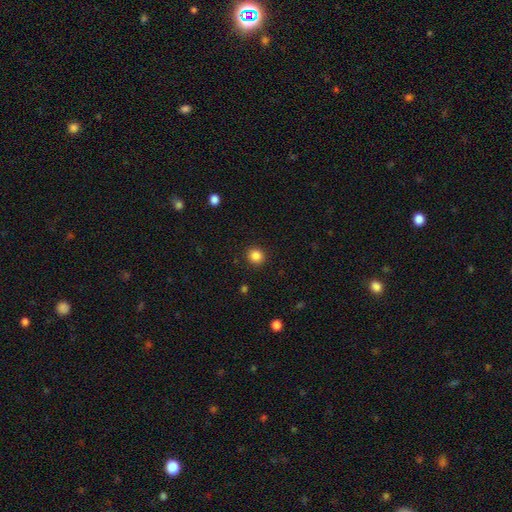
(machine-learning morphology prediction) The model was most divided on "smooth or featured": smooth: 86%, star or artifact: 11%, featured or disk: 3%. More confident: merging — none (91%); how rounded — round (88%).